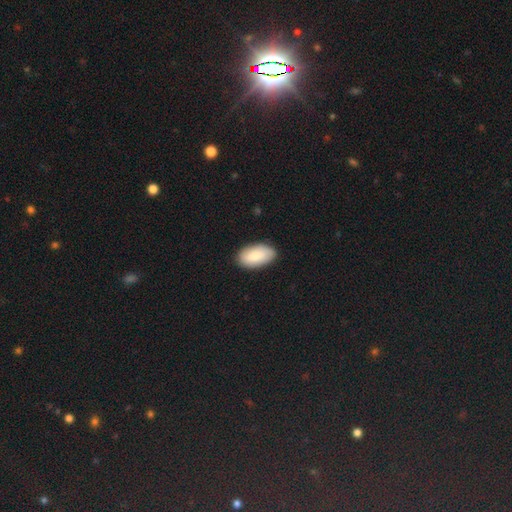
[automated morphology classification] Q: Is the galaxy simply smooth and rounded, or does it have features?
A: smooth — 83%.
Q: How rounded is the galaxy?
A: in between — 95%.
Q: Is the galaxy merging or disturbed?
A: none — 88%.